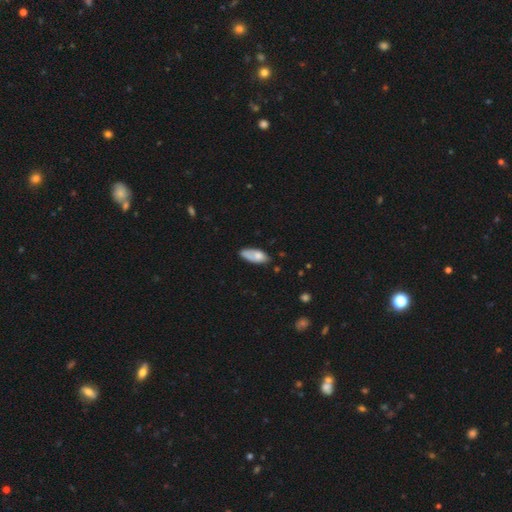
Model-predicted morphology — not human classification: Smooth or featured: smooth — 72% (featured or disk — 21%)
How rounded: in between — 83% (cigar-shaped — 15%)
Merging: none — 58% (minor disturbance — 29%)